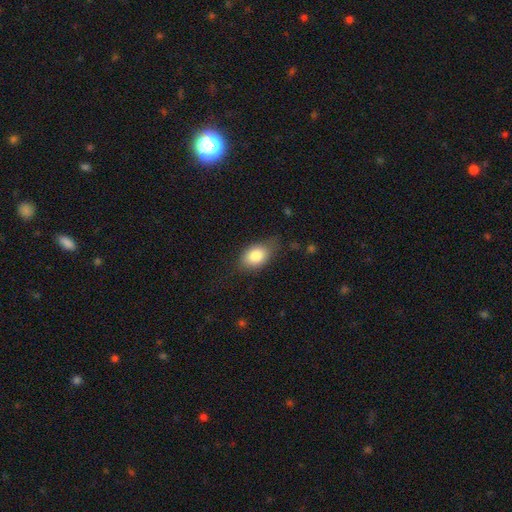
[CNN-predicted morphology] This appears to be a smooth galaxy with no disk features (83%) that is in between round and cigar-shaped (81%). Merging: none (67%).